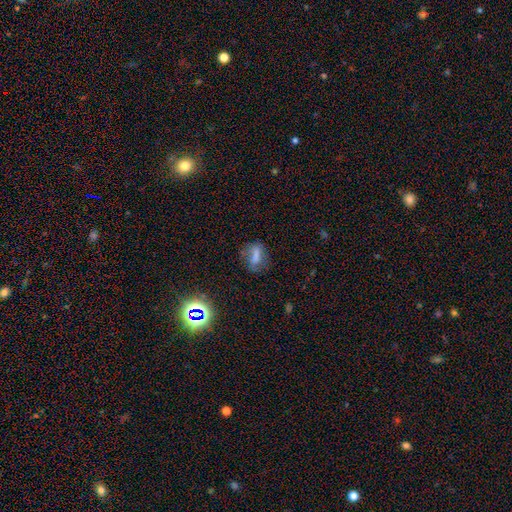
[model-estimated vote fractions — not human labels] Smooth or featured? smooth (60%)
How rounded? in between (65%)
Merging? none (57%)